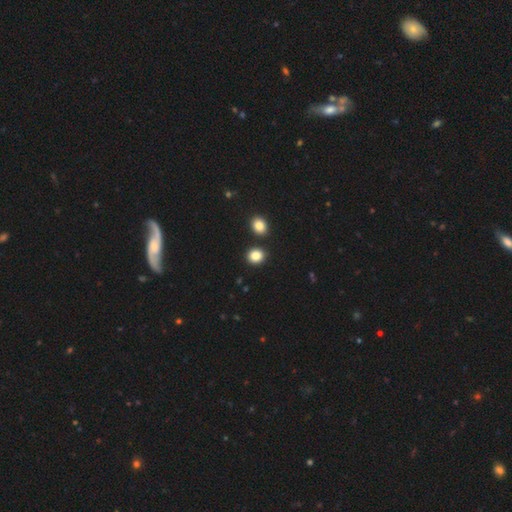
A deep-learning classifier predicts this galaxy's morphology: smooth_or_featured: smooth (p=0.85) [alt: star or artifact p=0.10]
how_rounded: round (p=0.74) [alt: in between p=0.25]
merging: none (p=0.85) [alt: merger p=0.07]